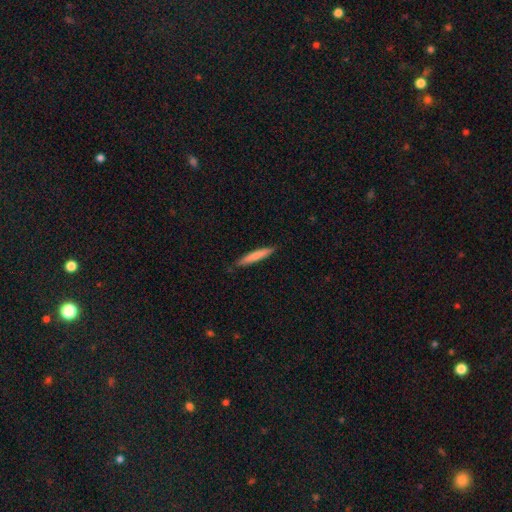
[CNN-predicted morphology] smooth-or-featured: smooth: 76% | featured or disk: 18% | star or artifact: 5%
  how-rounded: cigar-shaped: 94% | in between: 5% | round: 1%
  merging: none: 88% | minor disturbance: 10% | major disturbance: 2% | merger: 1%